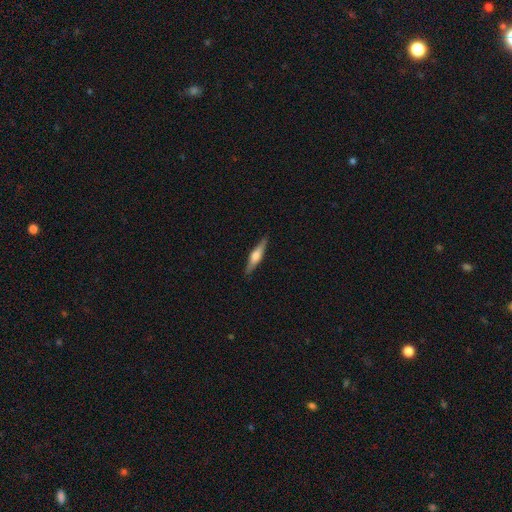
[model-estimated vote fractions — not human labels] This is possibly a featured or disk galaxy (58%). It is clearly viewed edge-on (97%). Edge-on bulge: clearly rounded (83%). Merging: clearly none (89%).